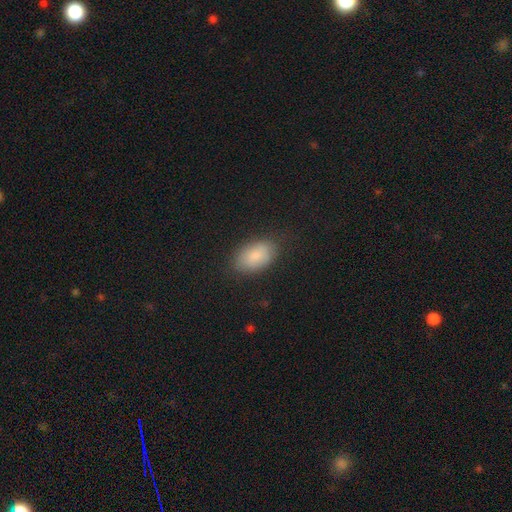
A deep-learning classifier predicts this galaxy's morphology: Smooth or featured? Predicted: smooth (p=0.85). How rounded? Predicted: in between (p=0.92). Merging? Predicted: none (p=0.80).